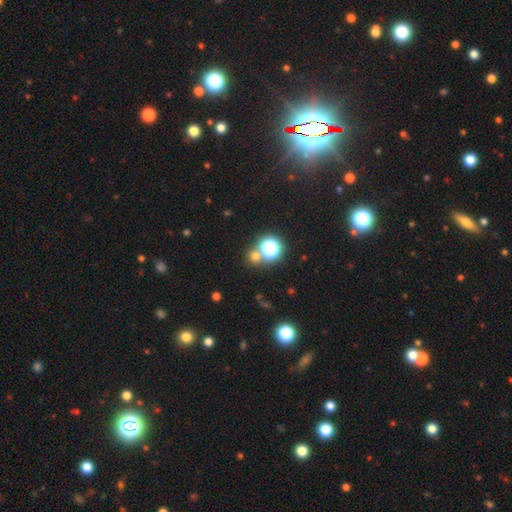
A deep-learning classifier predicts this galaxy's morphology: Overall: smooth (61%; star or artifact 33%). How rounded: round (88%). Merging: none (67%).